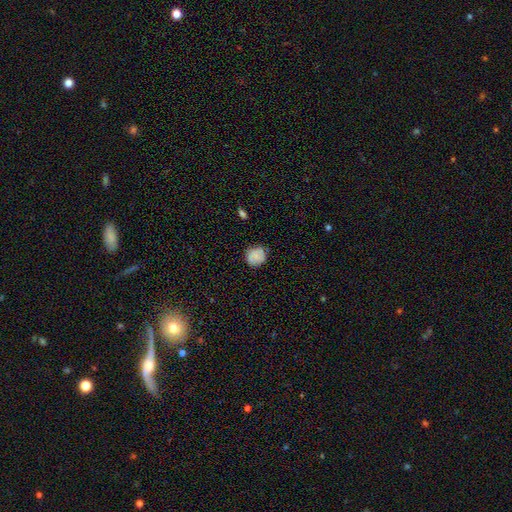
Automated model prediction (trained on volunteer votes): smooth_or_featured: smooth (p=0.76) [alt: featured or disk p=0.14]
how_rounded: round (p=0.80) [alt: in between p=0.19]
merging: none (p=0.80) [alt: minor disturbance p=0.16]